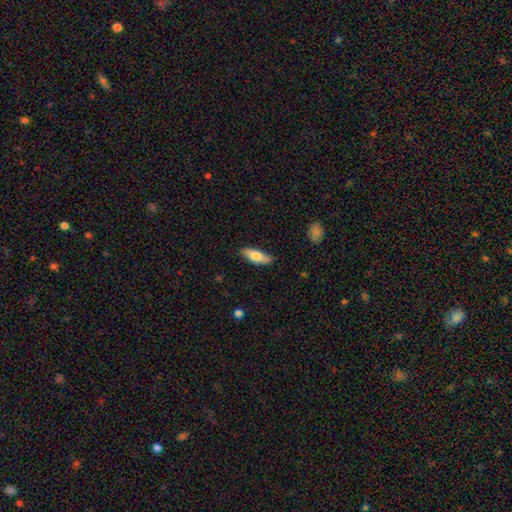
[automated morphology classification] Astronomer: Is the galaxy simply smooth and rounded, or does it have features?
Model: smooth — 70%.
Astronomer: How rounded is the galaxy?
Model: in between — 68%.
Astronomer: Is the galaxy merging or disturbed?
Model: none — 84%.